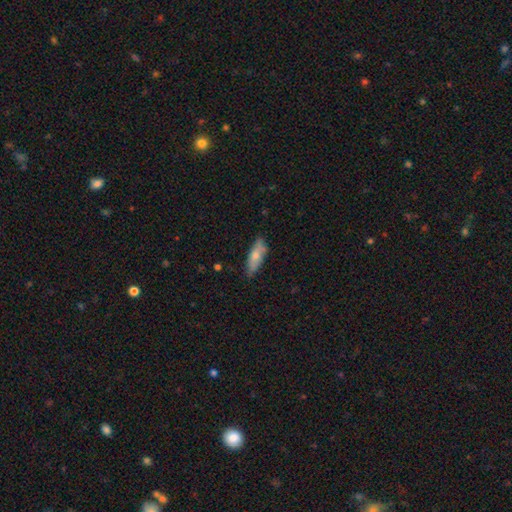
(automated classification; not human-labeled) This is likely a smooth galaxy (70%). How rounded: likely in between (62%). Merging: likely none (70%).